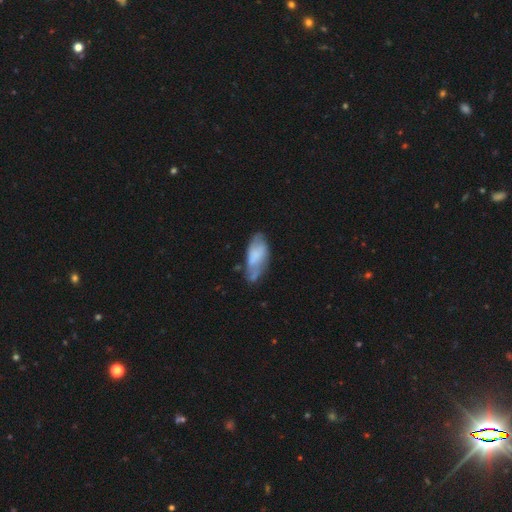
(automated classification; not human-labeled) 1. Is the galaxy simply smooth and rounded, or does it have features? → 58% smooth, 35% featured or disk, 7% star or artifact.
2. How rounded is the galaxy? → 86% in between, 12% cigar-shaped, 2% round.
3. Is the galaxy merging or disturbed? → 46% none, 33% minor disturbance, 14% major disturbance, 7% merger.